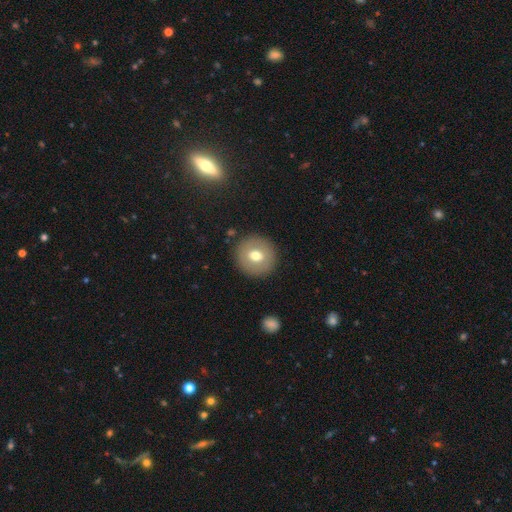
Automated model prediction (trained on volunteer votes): This appears to be a smooth galaxy with no disk features (66%) that is round (93%). Merging: none (89%).